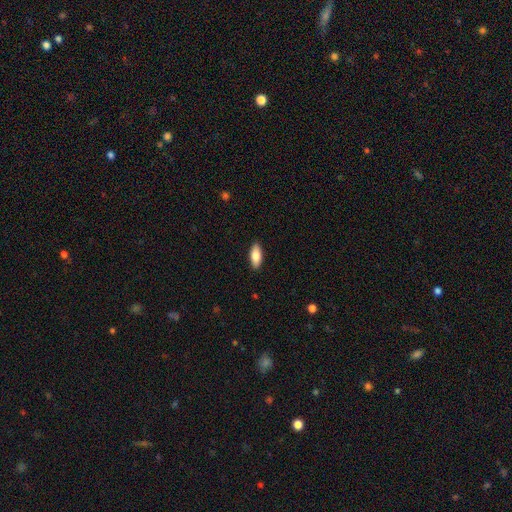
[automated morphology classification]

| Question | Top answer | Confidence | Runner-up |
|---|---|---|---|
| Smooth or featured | smooth | 81% | featured or disk (13%) |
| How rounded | in between | 82% | cigar-shaped (16%) |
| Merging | none | 89% | minor disturbance (8%) |